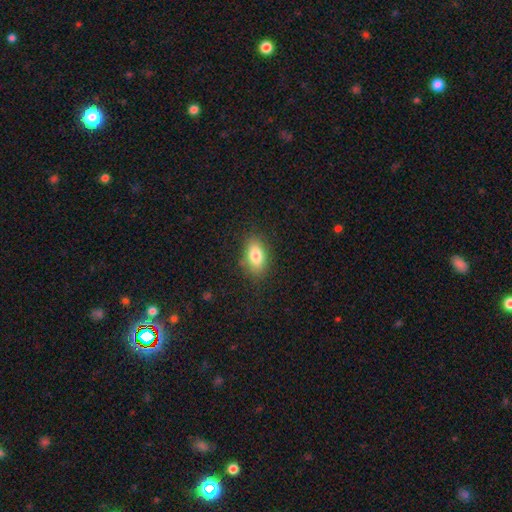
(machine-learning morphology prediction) Q: Smooth or featured?
A: smooth (80%); runner-up: featured or disk (11%)
Q: How rounded?
A: in between (88%); runner-up: round (8%)
Q: Merging?
A: none (82%); runner-up: minor disturbance (13%)